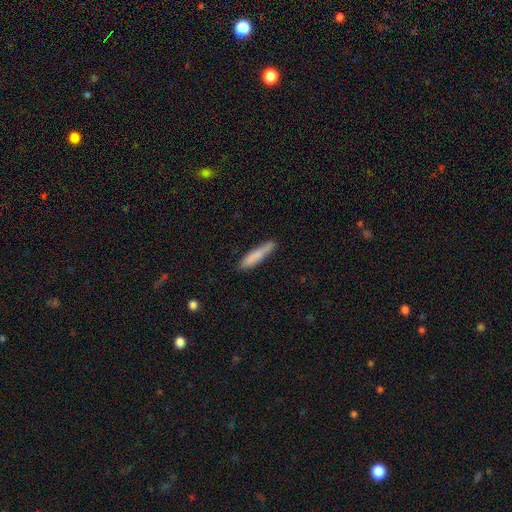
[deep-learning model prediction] smooth 80%, featured or disk 14%, star or artifact 6%. Down the decision tree: how rounded — cigar-shaped (89%); merging — none (82%).